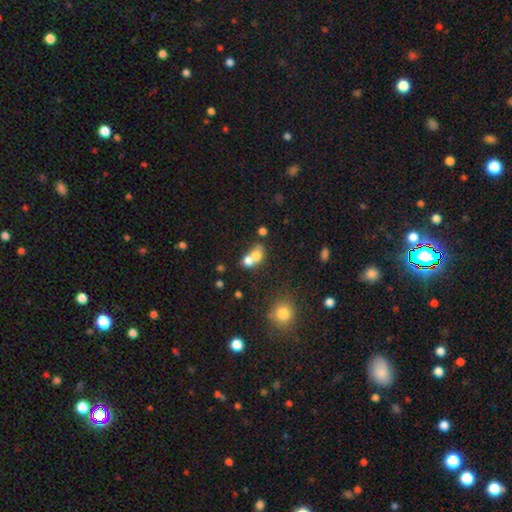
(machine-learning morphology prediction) The model was most divided on "how rounded": round: 51%, in between: 48%, cigar-shaped: 2%. More confident: smooth or featured — smooth (69%); merging — merger (63%).